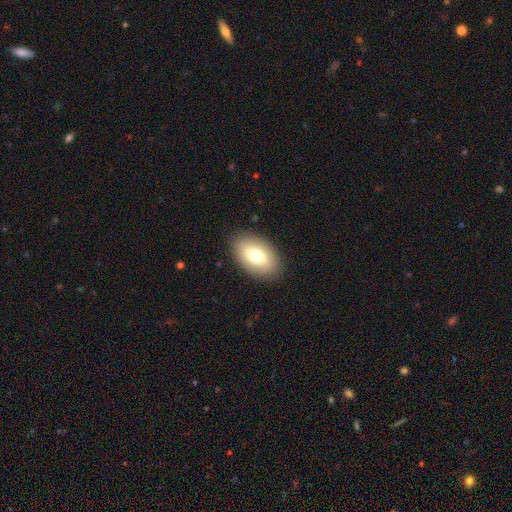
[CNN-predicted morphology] Smooth or featured? Predicted: smooth (p=0.73). How rounded? Predicted: in between (p=0.92). Merging? Predicted: none (p=0.87).